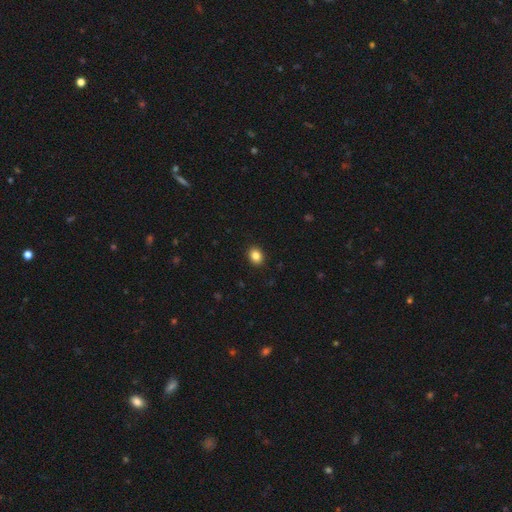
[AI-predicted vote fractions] smooth_or_featured: smooth (p=0.85) [alt: star or artifact p=0.10]
how_rounded: in between (p=0.55) [alt: round p=0.44]
merging: none (p=0.91) [alt: minor disturbance p=0.06]